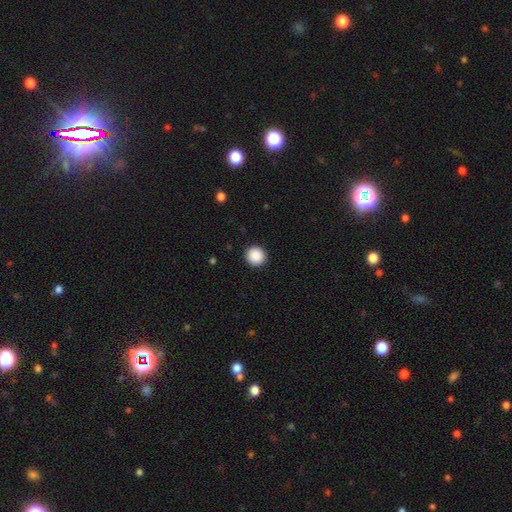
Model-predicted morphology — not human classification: Smooth or featured? smooth (89%)
How rounded? round (94%)
Merging? none (92%)